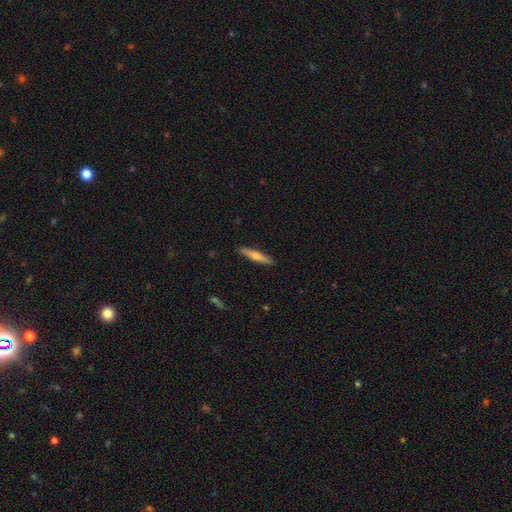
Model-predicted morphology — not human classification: A smooth galaxy with no disk features (54%) that is cigar-shaped (90%). Merging: none (91%).